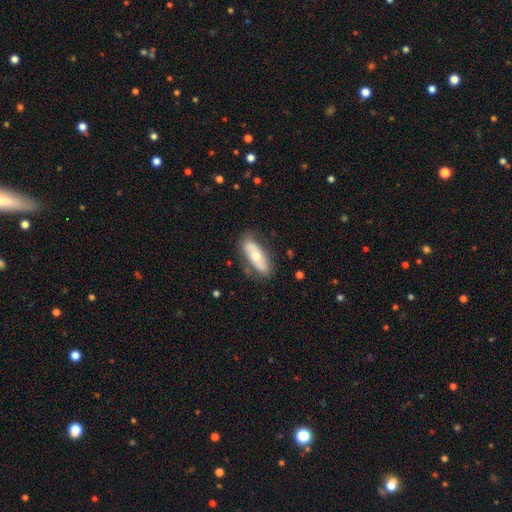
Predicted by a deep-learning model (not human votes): Morphology: type=smooth (49%); merging=none (74%).